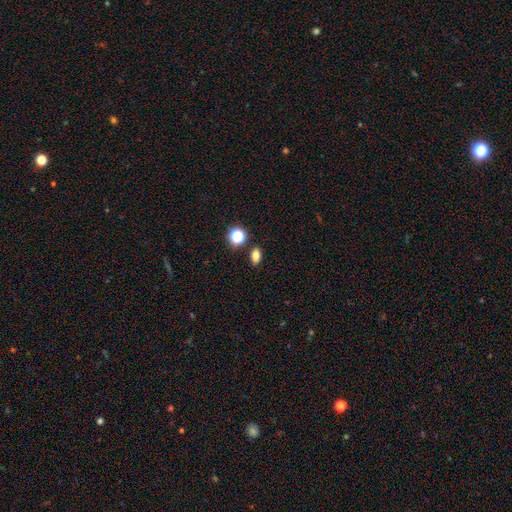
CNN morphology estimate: Smooth or featured? Predicted: smooth (p=0.75). How rounded? Predicted: in between (p=0.78). Merging? Predicted: none (p=0.85).